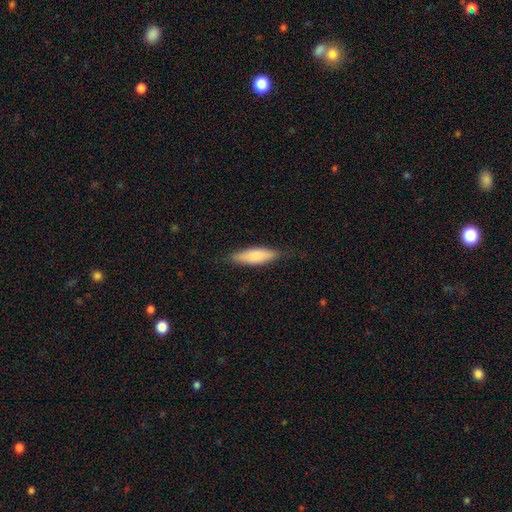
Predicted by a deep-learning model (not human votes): The model was most divided on "how rounded": cigar-shaped: 51%, in between: 47%, round: 2%. More confident: smooth or featured — smooth (80%); merging — none (79%).